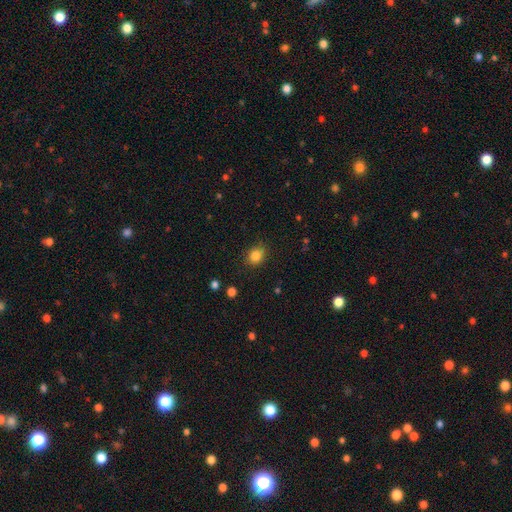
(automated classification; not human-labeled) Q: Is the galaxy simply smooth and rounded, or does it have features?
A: smooth — 84%.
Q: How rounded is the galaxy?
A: round — 61%.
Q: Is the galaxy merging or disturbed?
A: none — 85%.